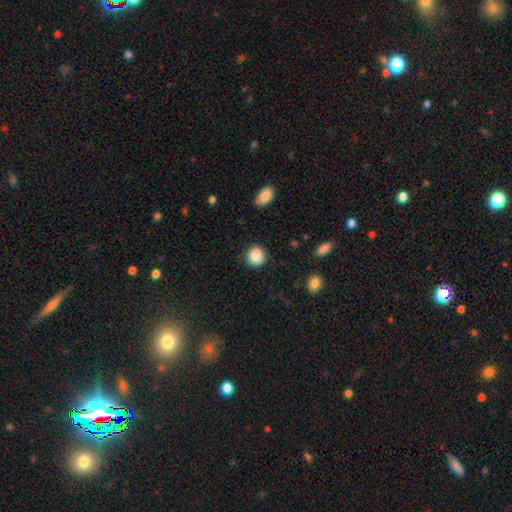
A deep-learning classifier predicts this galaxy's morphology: Smooth or featured: smooth — 85% (star or artifact — 9%)
How rounded: round — 80% (in between — 19%)
Merging: none — 81% (minor disturbance — 13%)